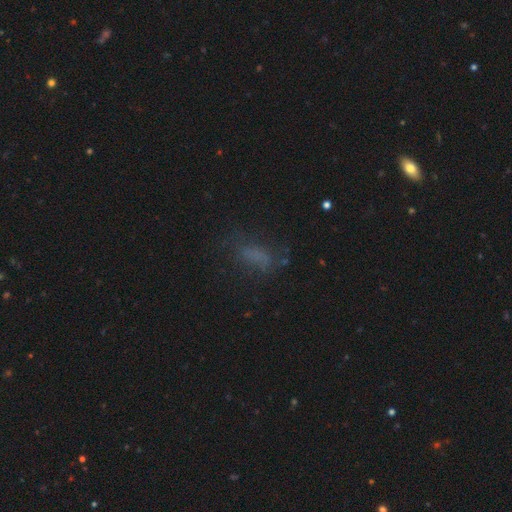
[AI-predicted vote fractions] This is possibly a smooth galaxy (57%). How rounded: likely in between (72%). Merging: possibly none (55%).